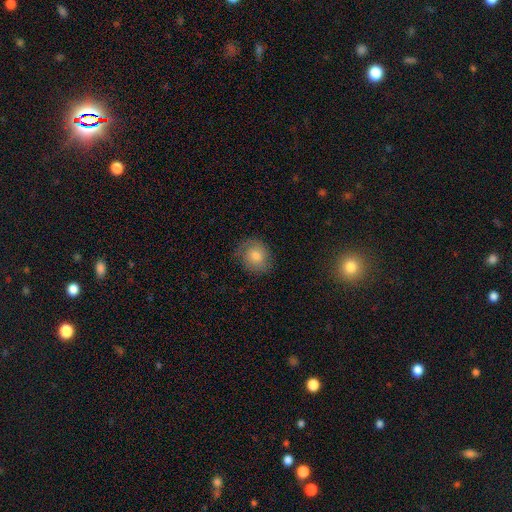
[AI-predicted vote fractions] The model was most divided on "smooth or featured": smooth: 59%, featured or disk: 30%, star or artifact: 11%. More confident: merging — none (76%); how rounded — round (71%).